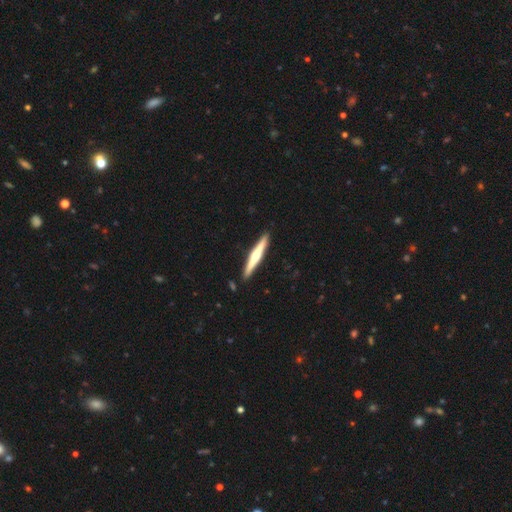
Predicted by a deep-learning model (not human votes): Smooth or featured? Predicted: featured or disk (p=0.62). Edge-on disk? Predicted: yes (p=0.97). Edge-on bulge? Predicted: rounded (p=0.81). Merging? Predicted: none (p=0.90).